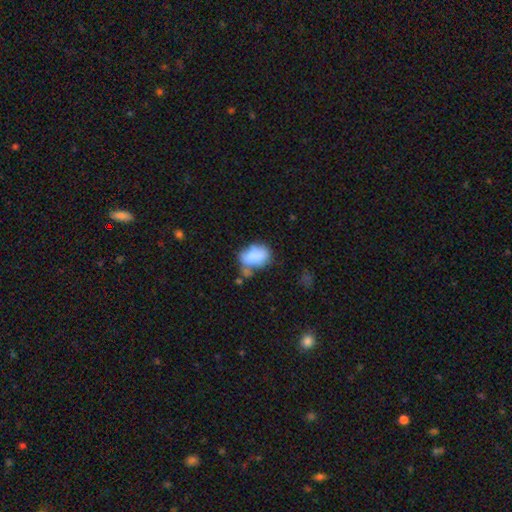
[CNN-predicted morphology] smooth-or-featured: smooth: 73% | featured or disk: 18% | star or artifact: 9%
  how-rounded: in between: 78% | round: 20% | cigar-shaped: 1%
  merging: none: 33% | minor disturbance: 29% | merger: 21% | major disturbance: 18%